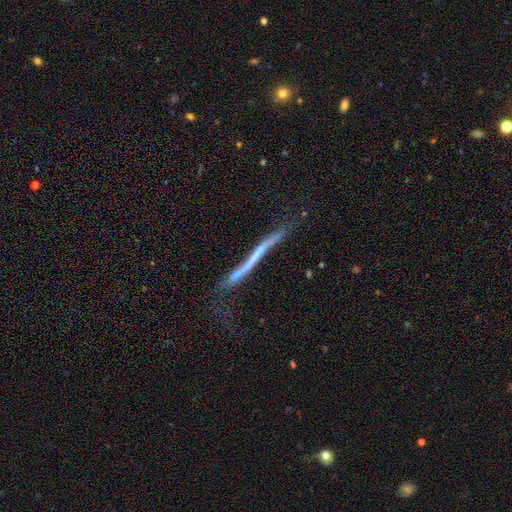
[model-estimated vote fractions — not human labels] Q: Smooth or featured?
A: featured or disk (64%); runner-up: smooth (27%)
Q: Edge-on disk?
A: yes (78%); runner-up: no (22%)
Q: Merging?
A: none (40%); runner-up: major disturbance (23%)